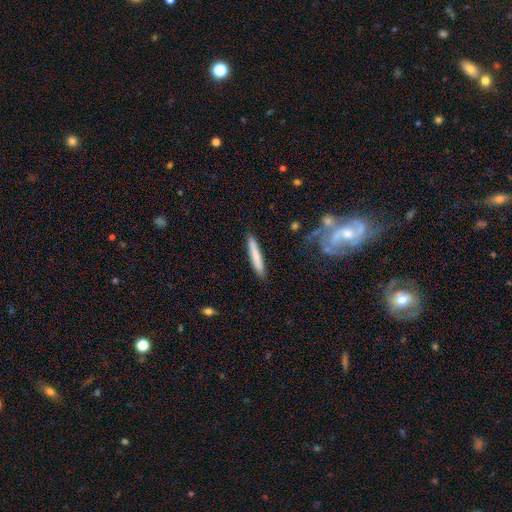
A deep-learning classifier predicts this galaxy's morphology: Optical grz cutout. It shows a smooth galaxy with no disk features (77%) that is cigar-shaped (94%). Merging: none (88%).